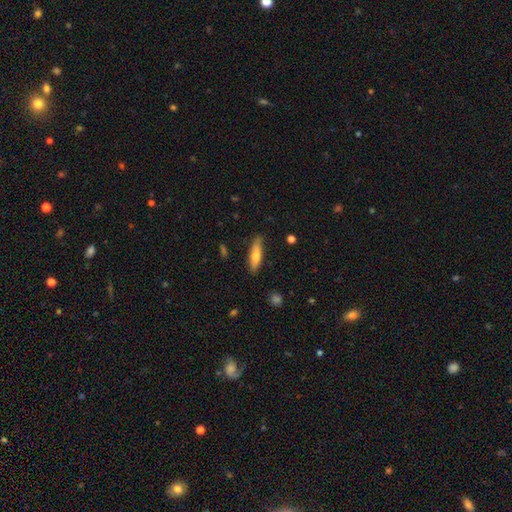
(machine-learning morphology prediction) Smooth or featured? Predicted: smooth (p=0.72). How rounded? Predicted: cigar-shaped (p=0.67). Merging? Predicted: none (p=0.84).